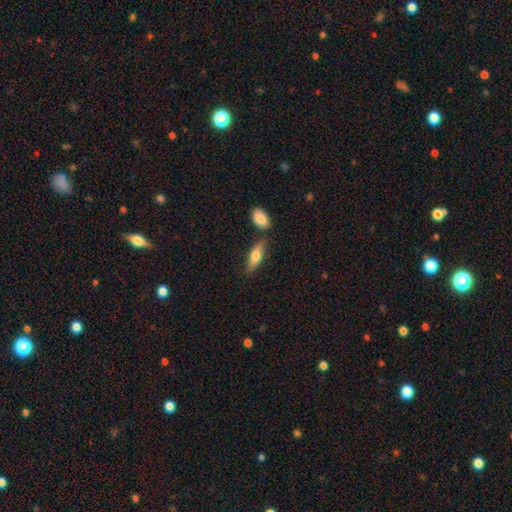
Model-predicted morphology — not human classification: type=smooth (69%); roundness=in between (58%); merging=none (68%).